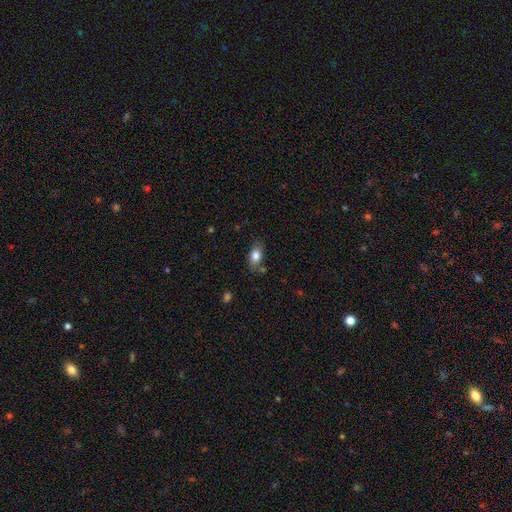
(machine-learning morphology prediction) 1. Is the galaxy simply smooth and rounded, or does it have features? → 80% smooth, 12% featured or disk, 8% star or artifact.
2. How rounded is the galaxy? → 85% in between, 11% round, 4% cigar-shaped.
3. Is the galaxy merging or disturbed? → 72% none, 19% minor disturbance, 5% merger, 5% major disturbance.